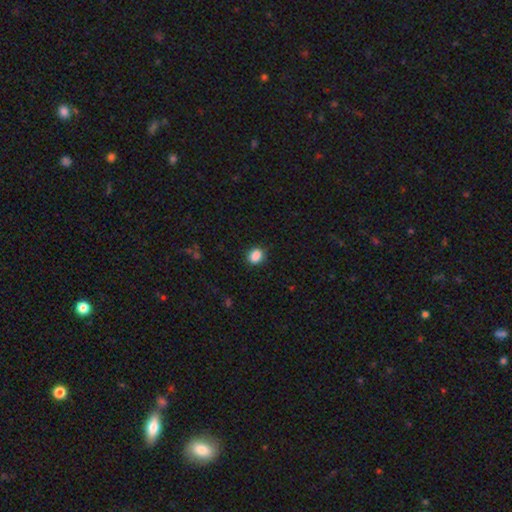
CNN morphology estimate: A smooth galaxy with no disk features (87%) that is in between round and cigar-shaped (53%).

Vote fractions:
- Smooth or featured? smooth: 87% / star or artifact: 9% / featured or disk: 3%
- How rounded? in between: 53% / round: 46% / cigar-shaped: 1%
- Merging? none: 86% / minor disturbance: 10% / major disturbance: 3% / merger: 1%